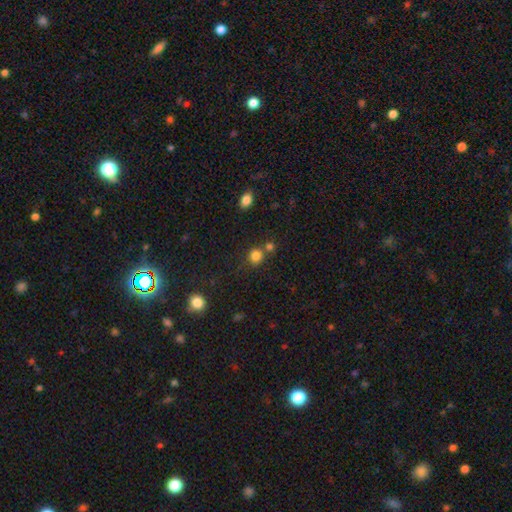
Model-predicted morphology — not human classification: Smooth or featured: smooth — 82% (star or artifact — 13%)
How rounded: round — 83% (in between — 16%)
Merging: none — 64% (merger — 23%)